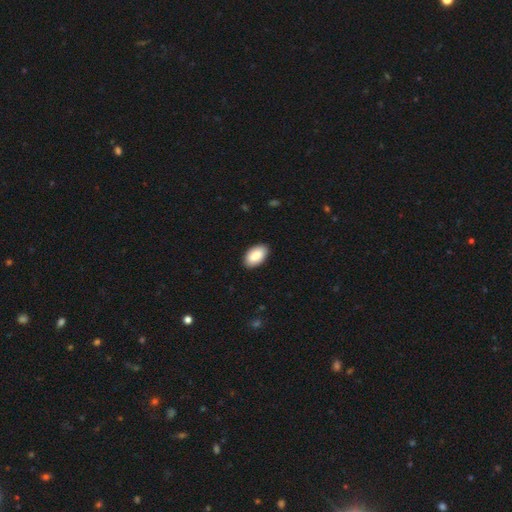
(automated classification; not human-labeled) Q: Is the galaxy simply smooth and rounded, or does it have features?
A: smooth — 85%.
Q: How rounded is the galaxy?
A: in between — 95%.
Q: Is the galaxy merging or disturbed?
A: none — 88%.